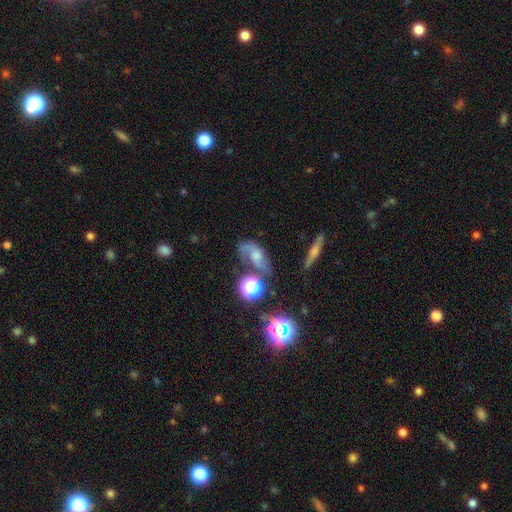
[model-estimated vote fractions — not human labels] smooth_or_featured: featured or disk (p=0.56) [alt: smooth p=0.23]
disk_edge_on: no (p=0.91) [alt: yes p=0.09]
bar: no (p=0.63) [alt: weak p=0.29]
has_spiral_arms: yes (p=0.84) [alt: no p=0.16]
bulge_size: moderate (p=0.47) [alt: small p=0.23]
merging: none (p=0.49) [alt: minor disturbance p=0.20]